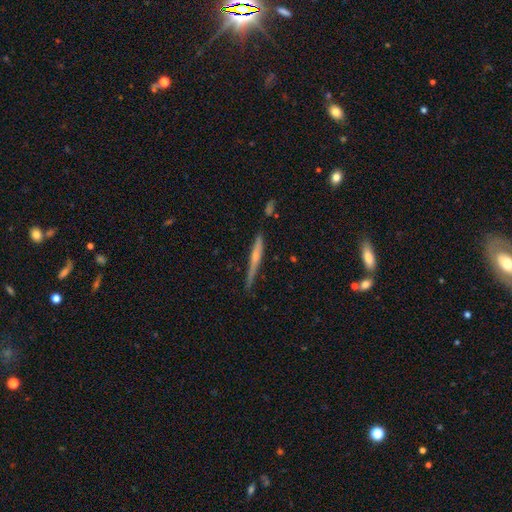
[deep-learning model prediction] Q: Smooth or featured?
A: featured or disk (55%); runner-up: smooth (38%)
Q: Edge-on disk?
A: yes (96%); runner-up: no (4%)
Q: Edge-on bulge?
A: rounded (59%); runner-up: none (35%)
Q: Merging?
A: none (71%); runner-up: minor disturbance (22%)